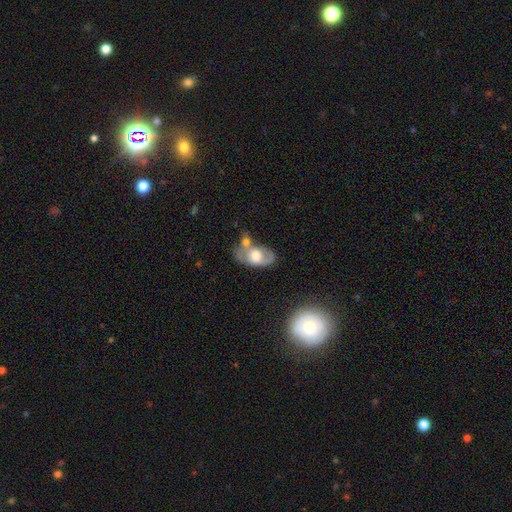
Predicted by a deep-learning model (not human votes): Smooth or featured? Predicted: featured or disk (p=0.48). Merging? Predicted: none (p=0.35).